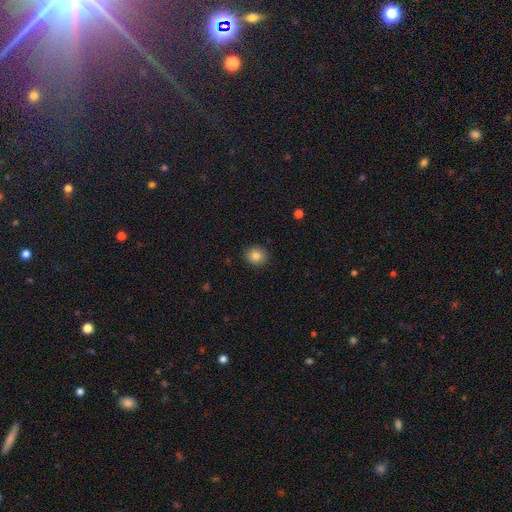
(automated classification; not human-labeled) Morphology: type=smooth (83%); roundness=round (83%); merging=none (90%).